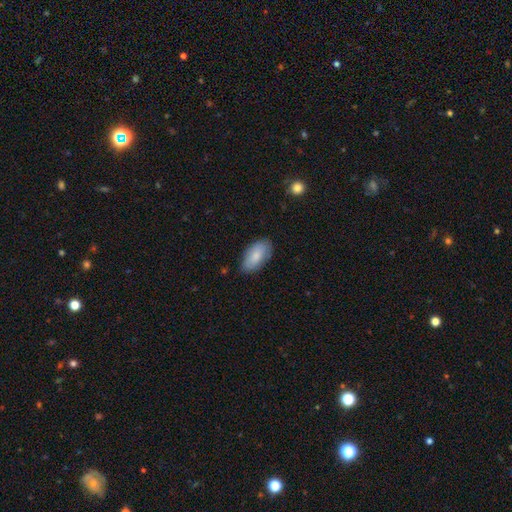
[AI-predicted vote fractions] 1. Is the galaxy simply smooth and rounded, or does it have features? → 81% smooth, 13% featured or disk, 6% star or artifact.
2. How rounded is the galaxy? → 93% in between, 4% cigar-shaped, 3% round.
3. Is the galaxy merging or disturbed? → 77% none, 18% minor disturbance, 3% major disturbance, 1% merger.